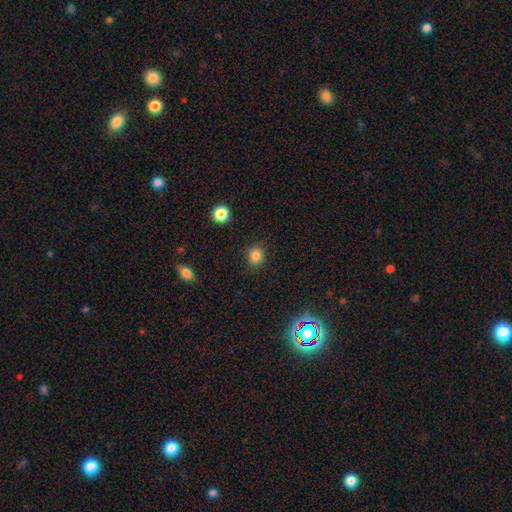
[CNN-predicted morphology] smooth 84%, star or artifact 12%, featured or disk 4%. Down the decision tree: how rounded — round (80%); merging — none (87%).